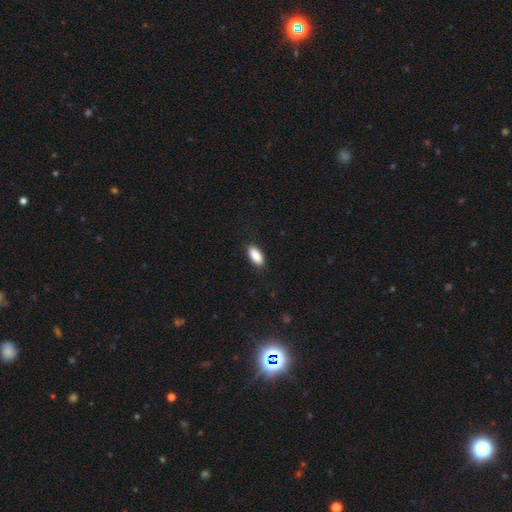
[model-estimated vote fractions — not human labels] Smooth or featured? Predicted: smooth (p=0.89). How rounded? Predicted: in between (p=0.87). Merging? Predicted: none (p=0.87).